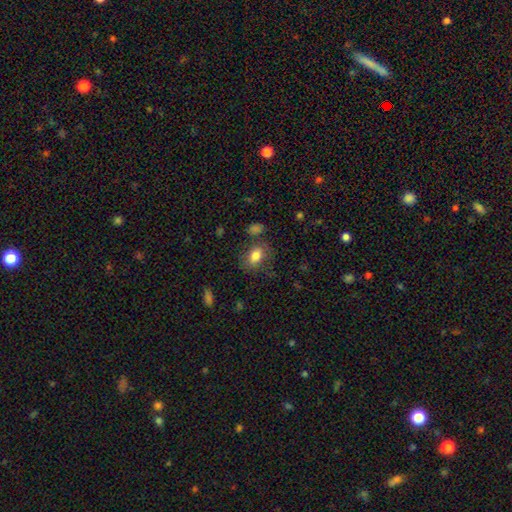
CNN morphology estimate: smooth 77%, featured or disk 14%, star or artifact 9%. Down the decision tree: how rounded — in between (75%); merging — none (67%).